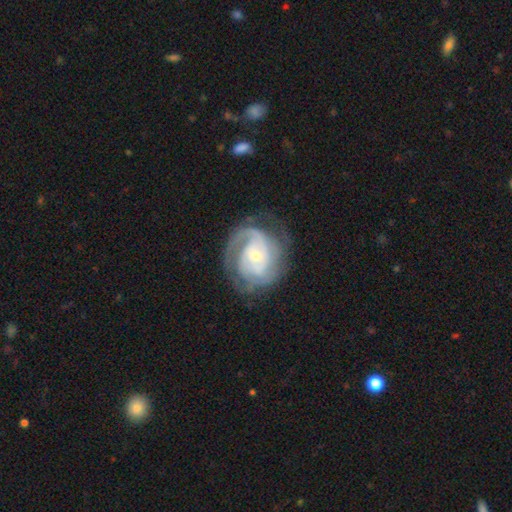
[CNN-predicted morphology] A featured or disk galaxy (86%) with no bar (66%), 2 (35%) tight (62%) spiral arms (95%) and a small central bulge (69%).

Vote fractions:
- Smooth or featured? featured or disk: 86% / smooth: 9% / star or artifact: 5%
- Edge-on disk? no: 98% / yes: 2%
- Bar? no: 66% / weak: 26% / strong: 7%
- Spiral arms? yes: 95% / no: 5%
- Spiral winding? tight: 62% / medium: 30% / loose: 9%
- Spiral arm count? 2: 35% / can't tell: 26% / 3: 19% / 1: 9% / 4: 6% / more than 4: 5%
- Bulge size? small: 69% / moderate: 26% / large: 3% / none: 2% / dominant: 1%
- Merging? none: 69% / minor disturbance: 17% / major disturbance: 12% / merger: 1%